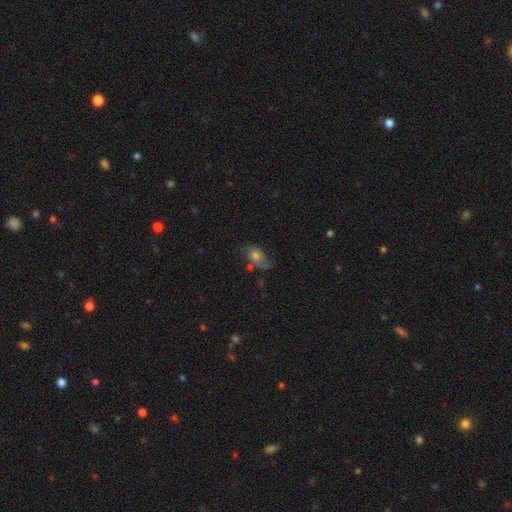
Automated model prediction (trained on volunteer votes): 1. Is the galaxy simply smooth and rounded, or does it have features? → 50% smooth, 39% featured or disk, 11% star or artifact.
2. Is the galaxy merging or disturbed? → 49% none, 27% minor disturbance, 16% major disturbance, 8% merger.